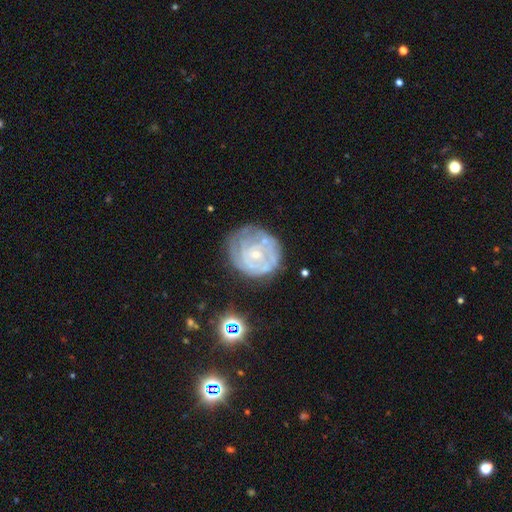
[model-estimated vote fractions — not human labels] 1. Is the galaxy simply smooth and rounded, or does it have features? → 79% featured or disk, 14% smooth, 7% star or artifact.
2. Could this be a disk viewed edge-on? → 98% no, 2% yes.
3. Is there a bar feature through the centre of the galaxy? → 75% no, 21% weak, 4% strong.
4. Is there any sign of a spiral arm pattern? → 83% yes, 17% no.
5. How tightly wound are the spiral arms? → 77% tight, 18% medium, 5% loose.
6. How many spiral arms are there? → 48% can't tell, 20% 2, 14% 3, 7% 4, 6% 1, 4% more than 4.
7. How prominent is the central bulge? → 74% small, 21% moderate, 3% none, 1% large, 1% dominant.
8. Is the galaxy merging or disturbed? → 65% none, 22% minor disturbance, 10% major disturbance, 3% merger.